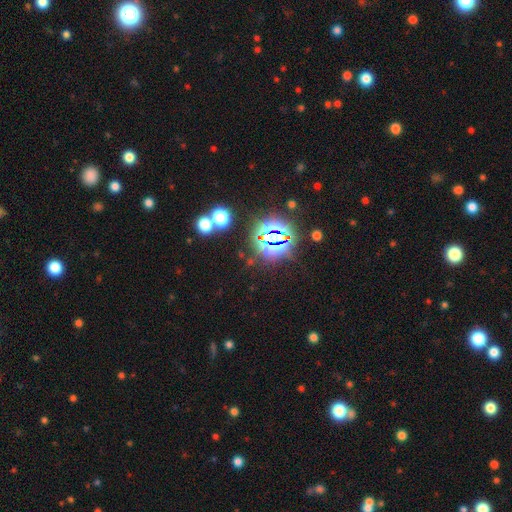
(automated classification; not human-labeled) Smooth or featured?
  - star or artifact: 79% *
  - smooth: 13%
  - featured or disk: 8%